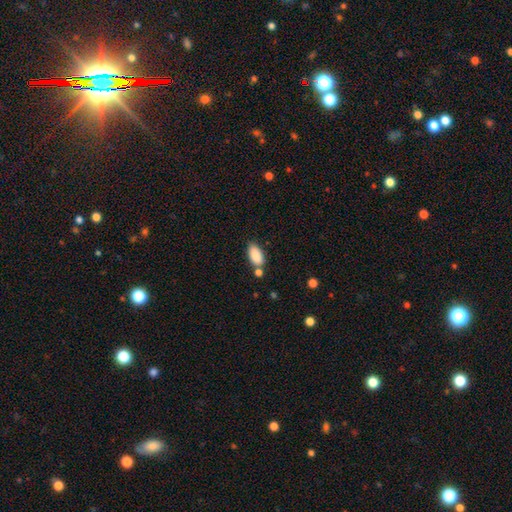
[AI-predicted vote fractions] A smooth galaxy with no disk features (88%) that is in between round and cigar-shaped (91%).

Vote fractions:
- Smooth or featured? smooth: 88% / star or artifact: 7% / featured or disk: 5%
- How rounded? in between: 91% / cigar-shaped: 6% / round: 3%
- Merging? none: 64% / minor disturbance: 16% / merger: 16% / major disturbance: 4%